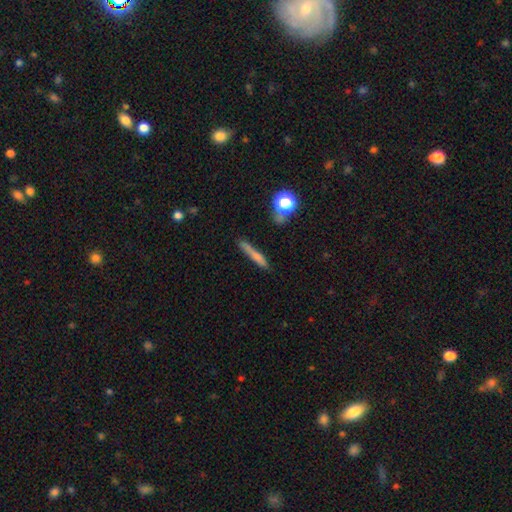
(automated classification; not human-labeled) A smooth galaxy with no disk features (66%) that is cigar-shaped (90%).

Vote fractions:
- Smooth or featured? smooth: 66% / featured or disk: 24% / star or artifact: 10%
- How rounded? cigar-shaped: 90% / in between: 6% / round: 3%
- Merging? none: 73% / minor disturbance: 18% / major disturbance: 5% / merger: 4%